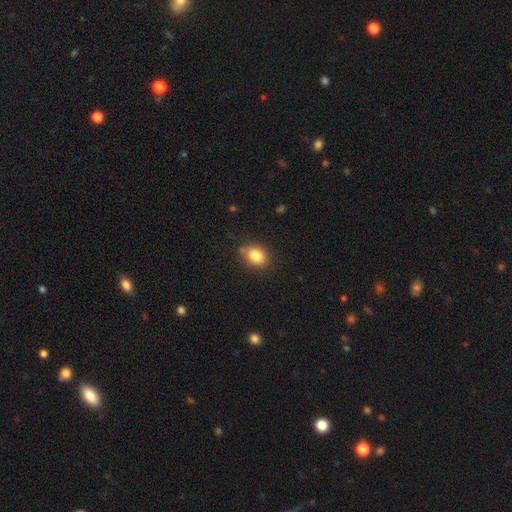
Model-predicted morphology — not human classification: Smooth or featured? smooth (83%)
How rounded? in between (62%)
Merging? none (79%)